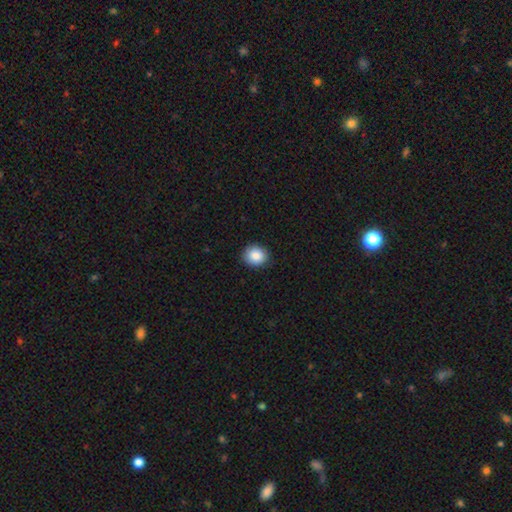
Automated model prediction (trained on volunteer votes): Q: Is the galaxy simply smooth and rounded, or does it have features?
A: smooth — 87%.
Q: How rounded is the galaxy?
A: round — 72%.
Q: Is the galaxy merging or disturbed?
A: none — 88%.